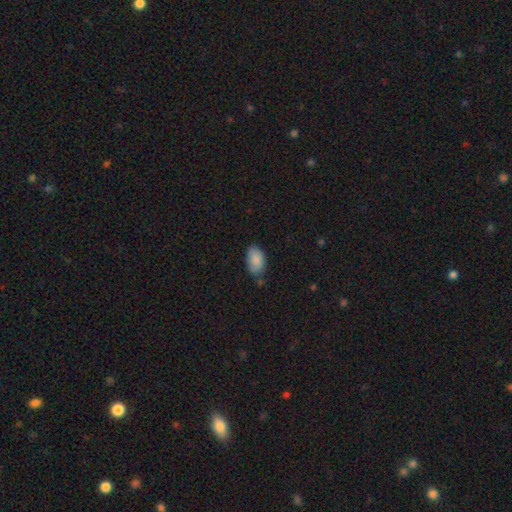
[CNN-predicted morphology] smooth 84%, star or artifact 8%, featured or disk 8%. Down the decision tree: how rounded — in between (93%); merging — none (72%).